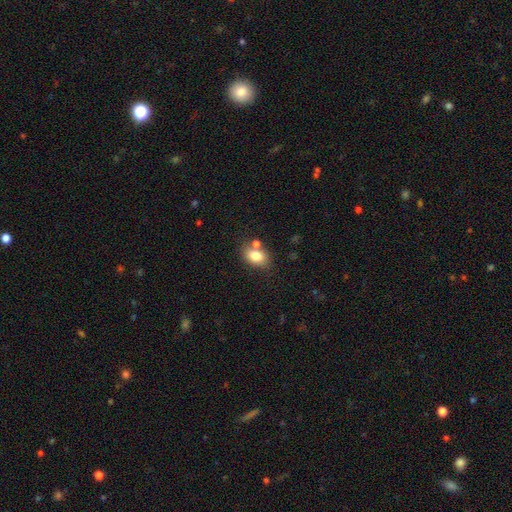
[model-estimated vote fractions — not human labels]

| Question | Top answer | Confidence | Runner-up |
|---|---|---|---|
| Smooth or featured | smooth | 79% | featured or disk (11%) |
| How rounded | in between | 75% | round (24%) |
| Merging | none | 61% | merger (20%) |